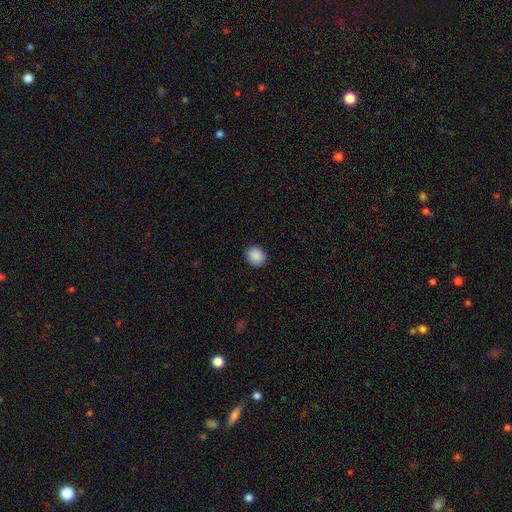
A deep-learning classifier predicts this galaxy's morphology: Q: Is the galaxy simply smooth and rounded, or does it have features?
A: smooth — 90%.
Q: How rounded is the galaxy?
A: round — 69%.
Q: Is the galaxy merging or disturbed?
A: none — 90%.